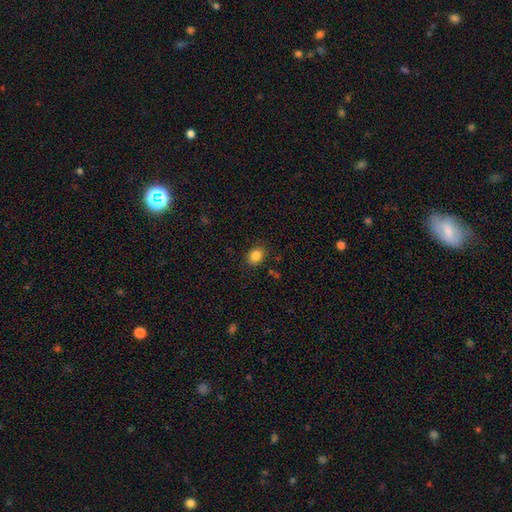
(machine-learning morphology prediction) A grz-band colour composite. It shows a smooth galaxy with no disk features (85%) that is in between round and cigar-shaped (50%). Merging: none (86%).